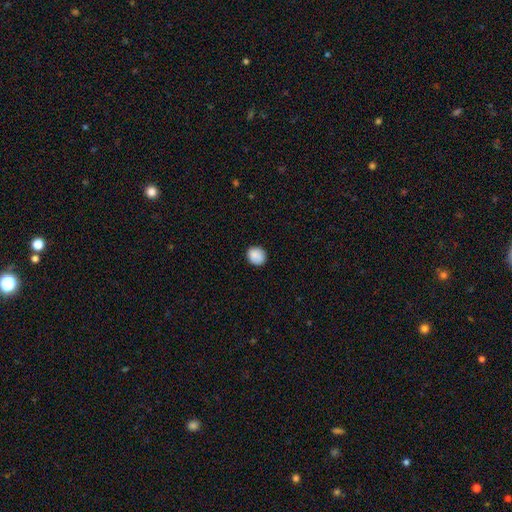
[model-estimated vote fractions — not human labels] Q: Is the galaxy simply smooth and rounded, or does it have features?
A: smooth — 88%.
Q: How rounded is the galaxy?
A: round — 77%.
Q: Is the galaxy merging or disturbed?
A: none — 87%.